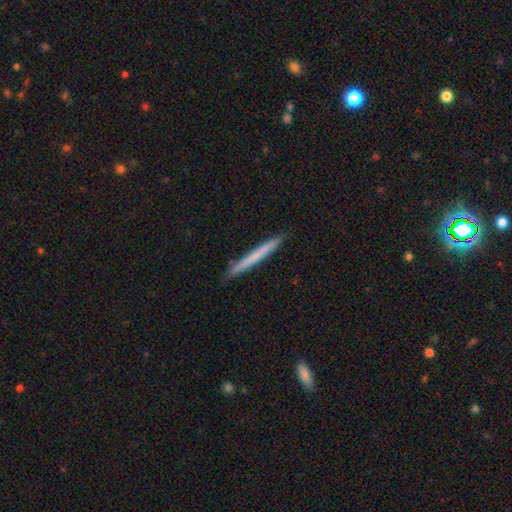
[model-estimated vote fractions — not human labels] Morphology: type=smooth (59%); roundness=cigar-shaped (97%); merging=none (91%).